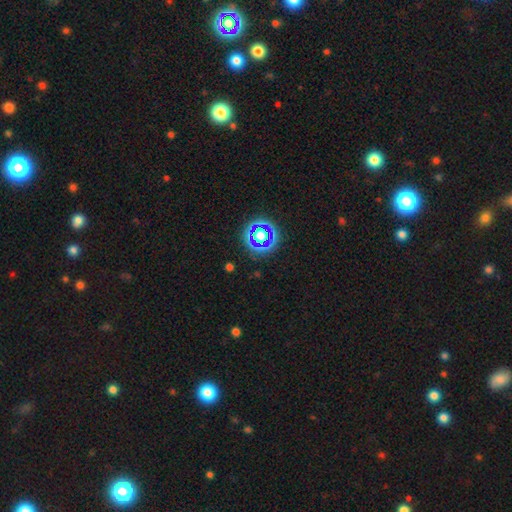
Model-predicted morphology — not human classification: This is likely a star or artifact rather than a galaxy (62%).